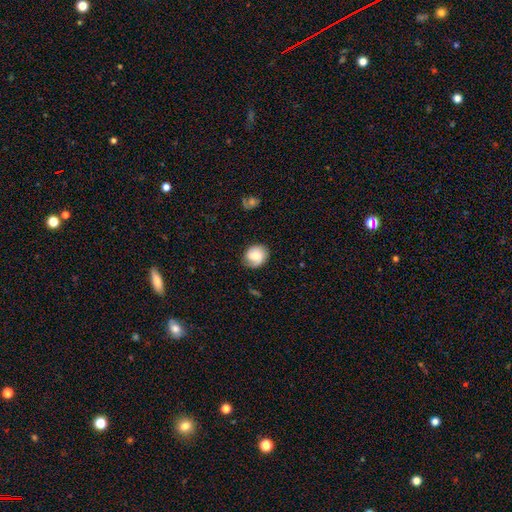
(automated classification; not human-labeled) Morphology: type=smooth (53%); roundness=round (64%); merging=none (72%).